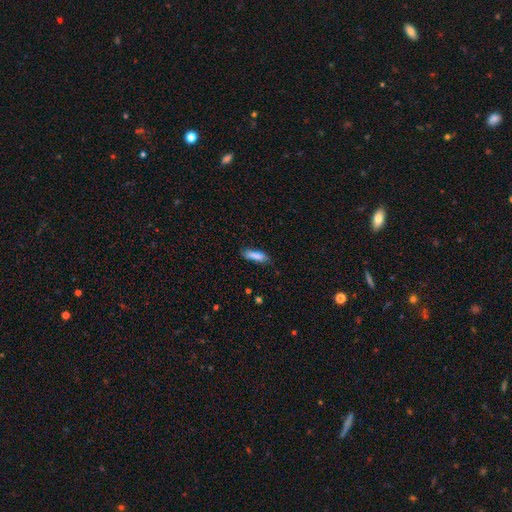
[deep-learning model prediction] The model was most divided on "how rounded": cigar-shaped: 58%, in between: 40%, round: 2%. More confident: smooth or featured — smooth (84%); merging — none (73%).